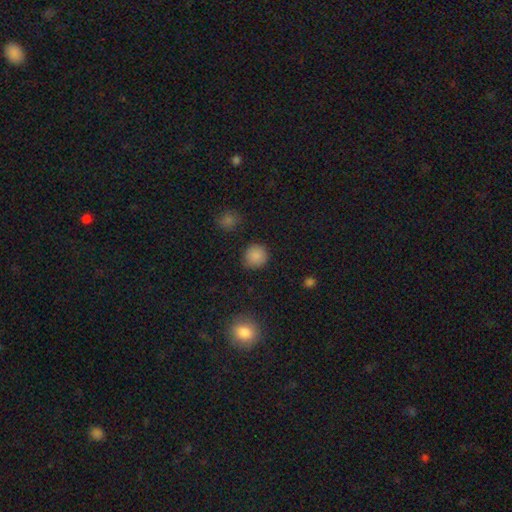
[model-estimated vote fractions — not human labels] smooth 86%, star or artifact 10%, featured or disk 4%. Down the decision tree: how rounded — round (92%); merging — none (88%).